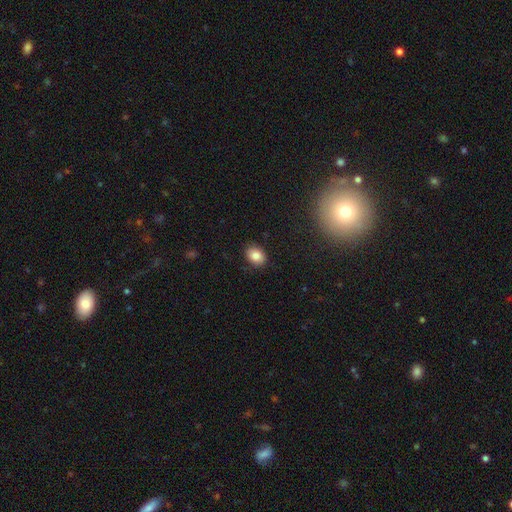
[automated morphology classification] A smooth galaxy with no disk features (84%) that is in between round and cigar-shaped (66%).

Vote fractions:
- Smooth or featured? smooth: 84% / star or artifact: 9% / featured or disk: 7%
- How rounded? in between: 66% / round: 33% / cigar-shaped: 1%
- Merging? none: 87% / minor disturbance: 9% / major disturbance: 2% / merger: 1%